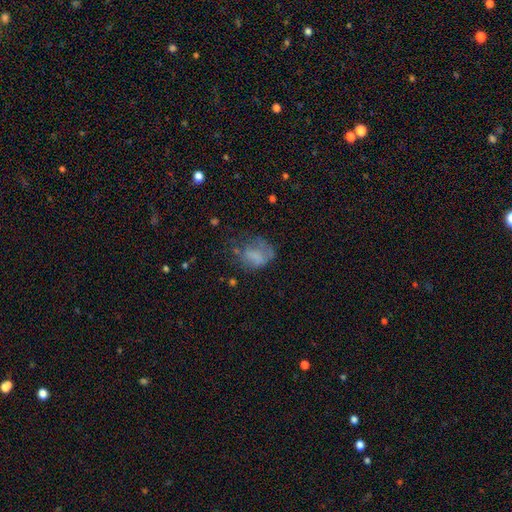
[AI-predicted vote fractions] A smooth galaxy with no disk features (56%) that is in between round and cigar-shaped (57%).

Vote fractions:
- Smooth or featured? smooth: 56% / featured or disk: 31% / star or artifact: 13%
- How rounded? in between: 57% / round: 41% / cigar-shaped: 2%
- Merging? major disturbance: 37% / none: 34% / minor disturbance: 26% / merger: 4%